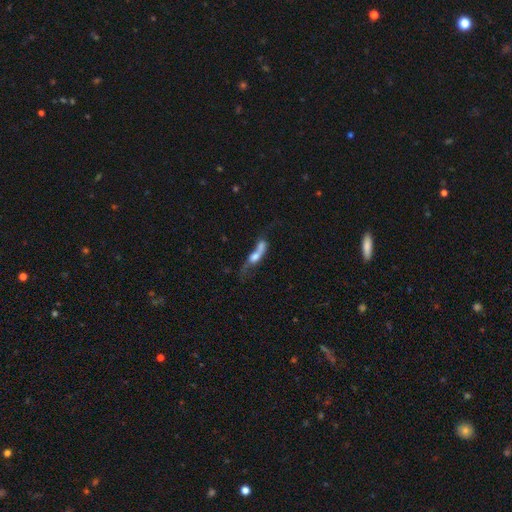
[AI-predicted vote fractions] This is possibly a smooth galaxy (48%). Merging: possibly merger (48%).